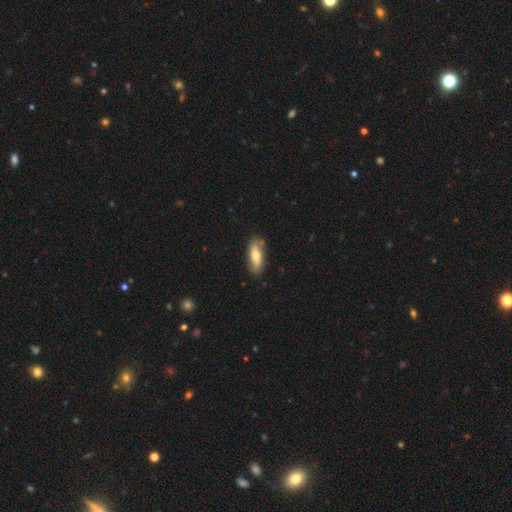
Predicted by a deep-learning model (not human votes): A smooth galaxy with no disk features (62%) that is in between round and cigar-shaped (68%).

Vote fractions:
- Smooth or featured? smooth: 62% / featured or disk: 32% / star or artifact: 6%
- How rounded? in between: 68% / cigar-shaped: 29% / round: 3%
- Merging? none: 79% / minor disturbance: 15% / major disturbance: 3% / merger: 3%